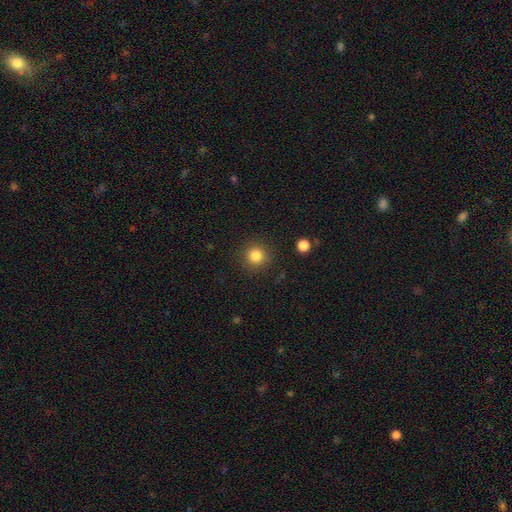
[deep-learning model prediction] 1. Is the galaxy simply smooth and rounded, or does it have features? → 83% smooth, 12% star or artifact, 5% featured or disk.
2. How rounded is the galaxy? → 94% round, 5% in between, 1% cigar-shaped.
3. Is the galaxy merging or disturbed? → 89% none, 7% minor disturbance, 3% major disturbance, 2% merger.